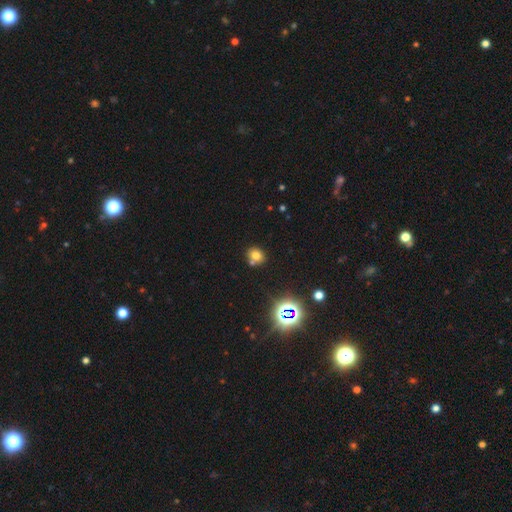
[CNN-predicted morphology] Overall: smooth (70%). How rounded: round (75%). Merging: none (62%; merger 24%).